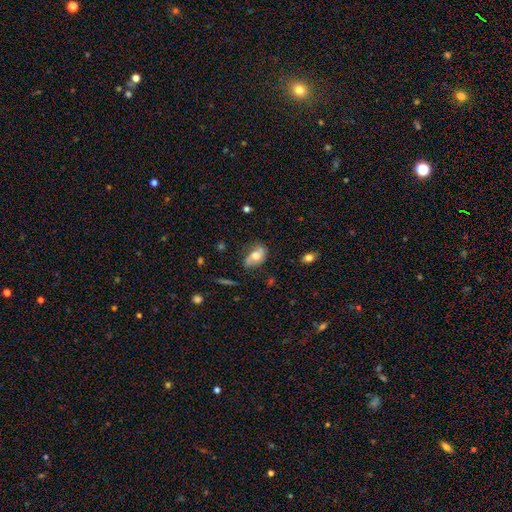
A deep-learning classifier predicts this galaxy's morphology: This is possibly a smooth galaxy (49%). Merging: possibly none (53%).